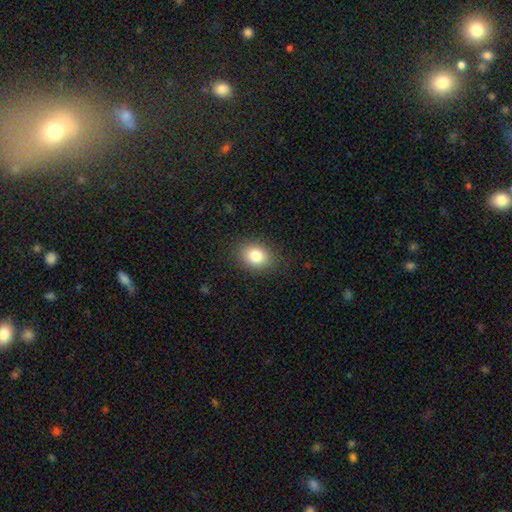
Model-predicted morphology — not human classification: Q: Smooth or featured?
A: smooth (82%); runner-up: star or artifact (10%)
Q: How rounded?
A: in between (60%); runner-up: round (39%)
Q: Merging?
A: none (87%); runner-up: minor disturbance (9%)